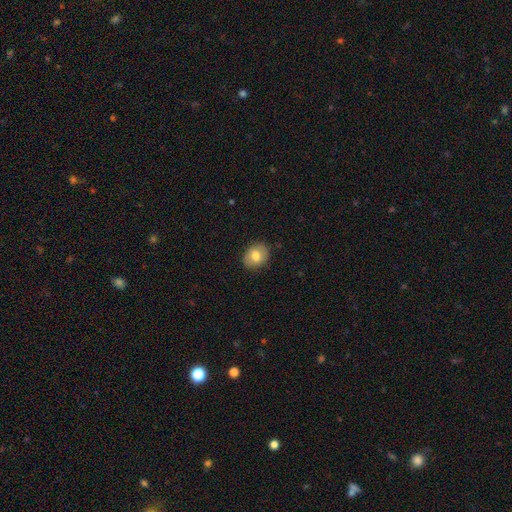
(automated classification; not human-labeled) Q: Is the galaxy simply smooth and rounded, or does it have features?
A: smooth — 74%.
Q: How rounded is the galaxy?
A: round — 51%.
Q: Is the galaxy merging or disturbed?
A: none — 86%.